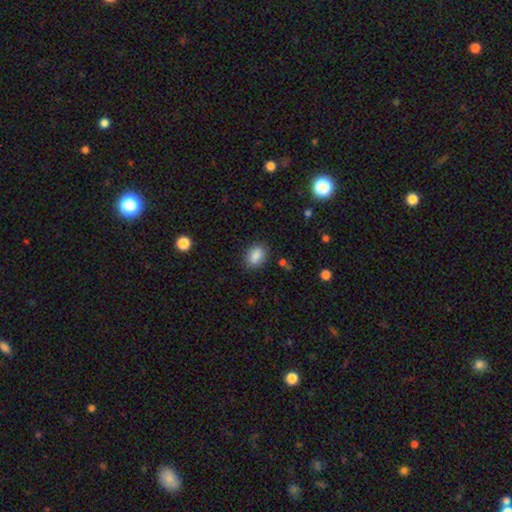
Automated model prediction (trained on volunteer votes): A smooth galaxy with no disk features (87%) that is in between round and cigar-shaped (71%). Merging: none (82%).